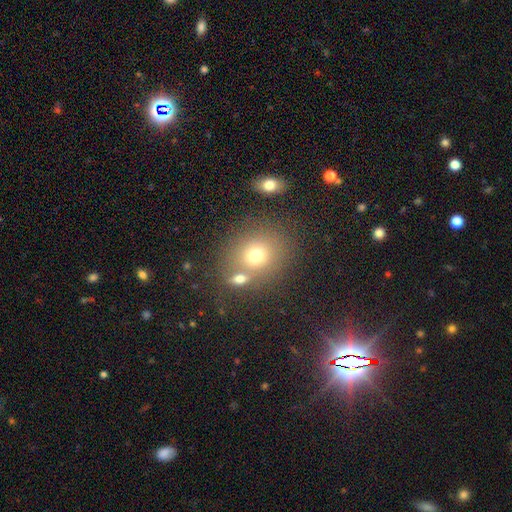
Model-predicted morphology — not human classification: Overall: smooth (70%). How rounded: round (76%). Merging: none (59%; merger 26%).